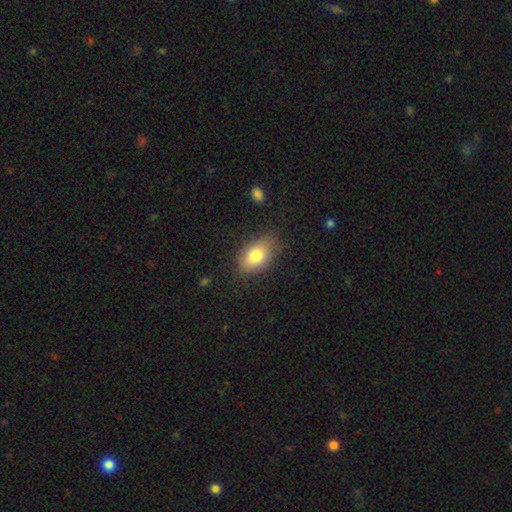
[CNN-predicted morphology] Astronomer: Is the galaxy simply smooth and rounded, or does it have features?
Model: smooth — 80%.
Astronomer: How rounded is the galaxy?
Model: in between — 88%.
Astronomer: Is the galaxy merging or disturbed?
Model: none — 79%.